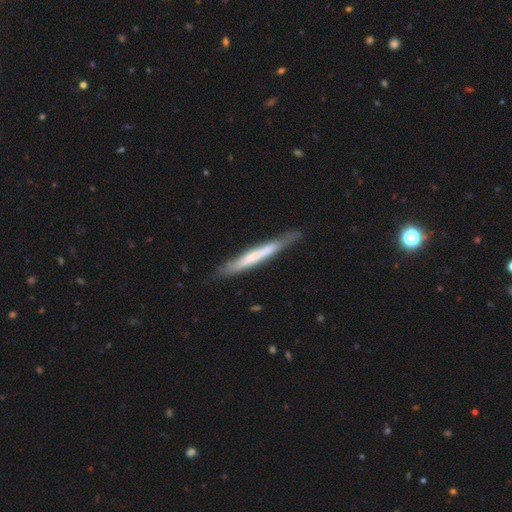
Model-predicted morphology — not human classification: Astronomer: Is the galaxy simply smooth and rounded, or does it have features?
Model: smooth — 49% (runner-up: featured or disk, 46%).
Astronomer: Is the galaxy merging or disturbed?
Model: none — 78%.